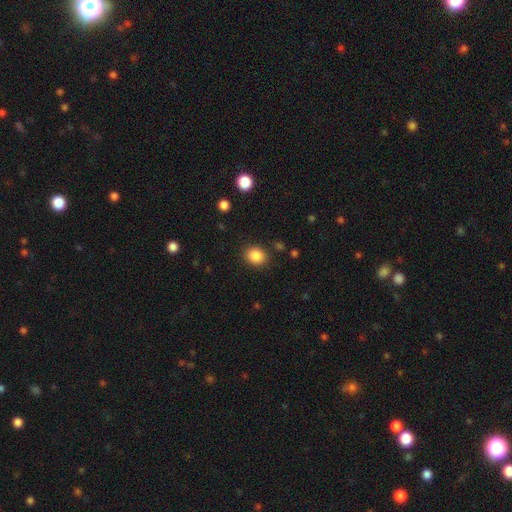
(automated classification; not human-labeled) A smooth galaxy with no disk features (86%) that is round (59%). Merging: none (87%).